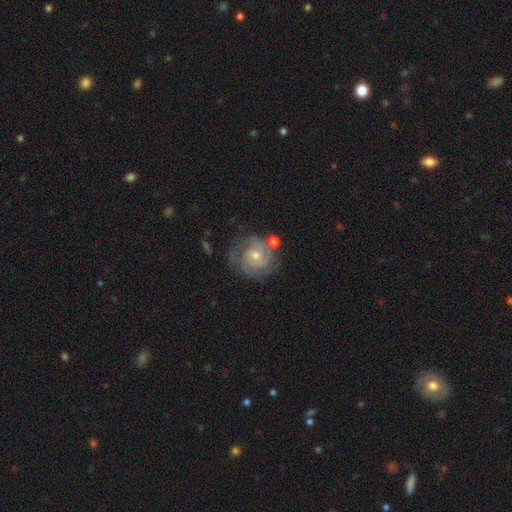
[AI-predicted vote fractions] Smooth or featured: featured or disk — 80% (smooth — 13%)
Edge-on disk: no — 98% (yes — 2%)
Bar: no — 65% (weak — 30%)
Spiral arms: yes — 94% (no — 6%)
Spiral winding: tight — 61% (medium — 32%)
Spiral arm count: 2 — 36% (3 — 25%)
Bulge size: small — 48% (tied with moderate — 48%)
Merging: none — 69% (minor disturbance — 17%)